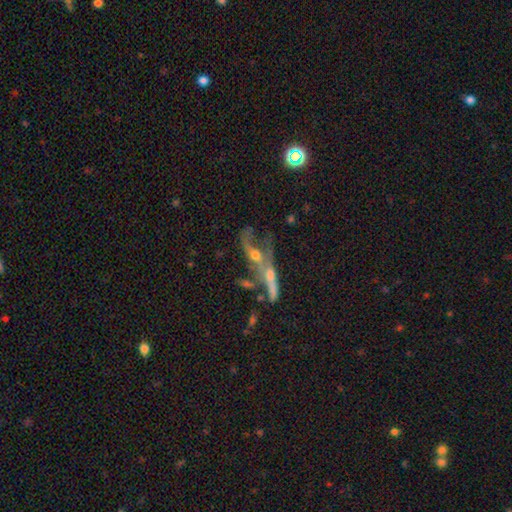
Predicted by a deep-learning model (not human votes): A featured or disk galaxy (61%).

Vote fractions:
- Smooth or featured? featured or disk: 61% / smooth: 24% / star or artifact: 15%
- Edge-on disk? no: 69% / yes: 31%
- Merging? merger: 49% / none: 21% / major disturbance: 20% / minor disturbance: 10%